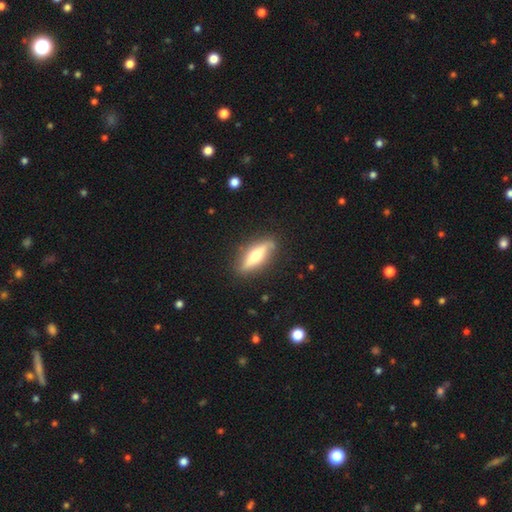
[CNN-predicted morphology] Q: Smooth or featured?
A: featured or disk (56%); runner-up: smooth (38%)
Q: Edge-on disk?
A: yes (88%); runner-up: no (12%)
Q: Merging?
A: none (85%); runner-up: minor disturbance (11%)